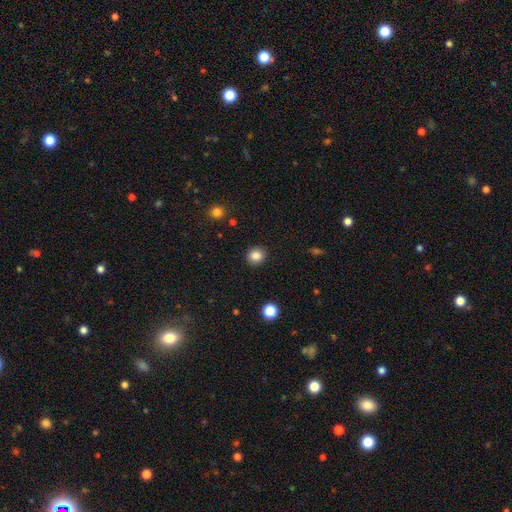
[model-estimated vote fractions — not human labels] This is clearly a smooth galaxy (86%). How rounded: clearly round (82%). Merging: clearly none (91%).